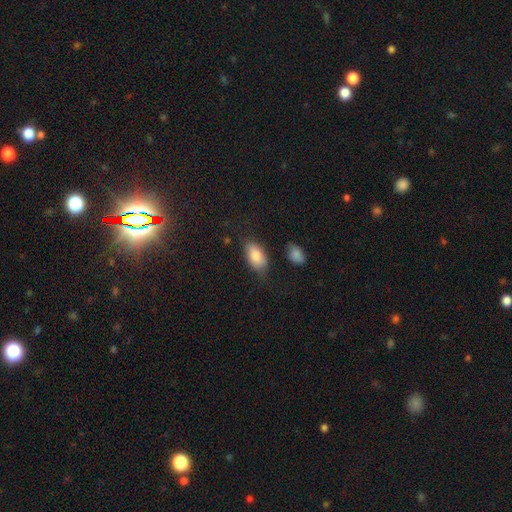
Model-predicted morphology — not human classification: Overall: smooth (82%). How rounded: in between (92%). Merging: none (65%).